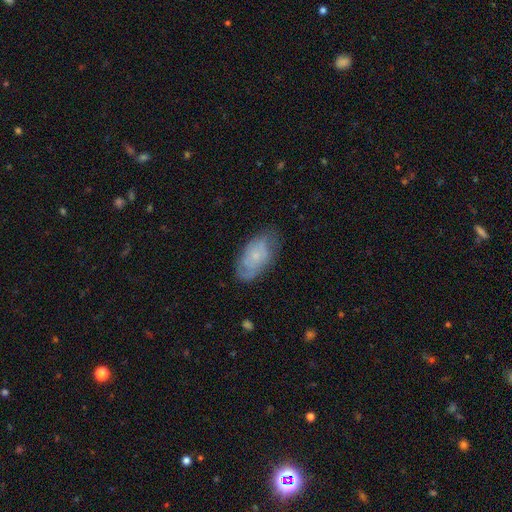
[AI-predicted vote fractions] A featured or disk galaxy (53%). Merging: none (68%).